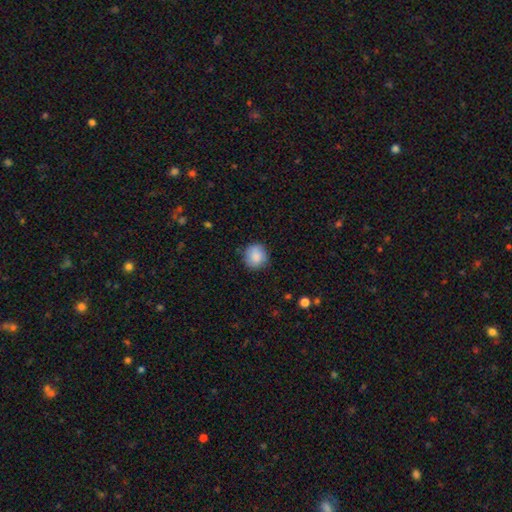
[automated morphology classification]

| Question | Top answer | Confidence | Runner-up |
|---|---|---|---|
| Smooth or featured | smooth | 87% | star or artifact (7%) |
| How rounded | round | 86% | in between (13%) |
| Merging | none | 83% | minor disturbance (13%) |